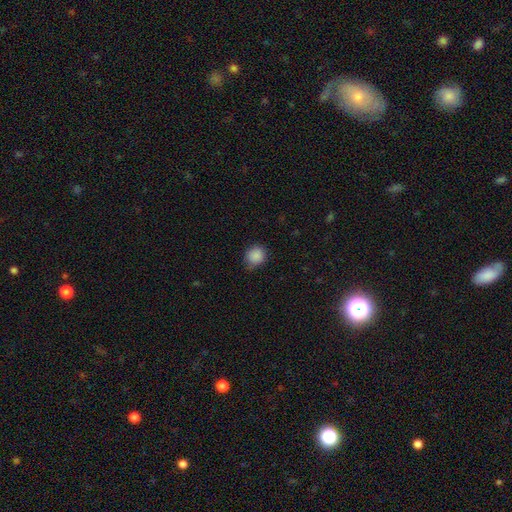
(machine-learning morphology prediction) A smooth galaxy with no disk features (88%) that is round (84%). Merging: none (76%).